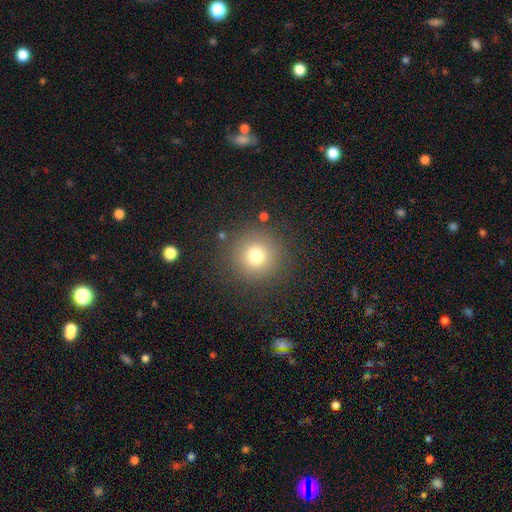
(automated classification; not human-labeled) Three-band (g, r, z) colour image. It shows a smooth galaxy with no disk features (75%) that is round (95%). Merging: none (87%).